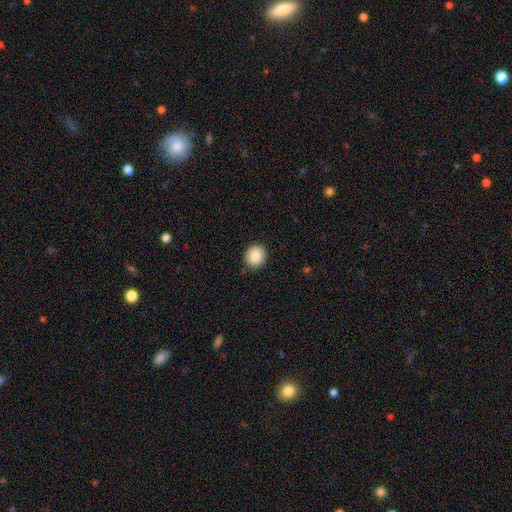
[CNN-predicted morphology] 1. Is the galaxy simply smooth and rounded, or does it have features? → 87% smooth, 8% star or artifact, 5% featured or disk.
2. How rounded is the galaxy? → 89% round, 10% in between, 1% cigar-shaped.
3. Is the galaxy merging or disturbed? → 89% none, 8% minor disturbance, 2% major disturbance, 1% merger.